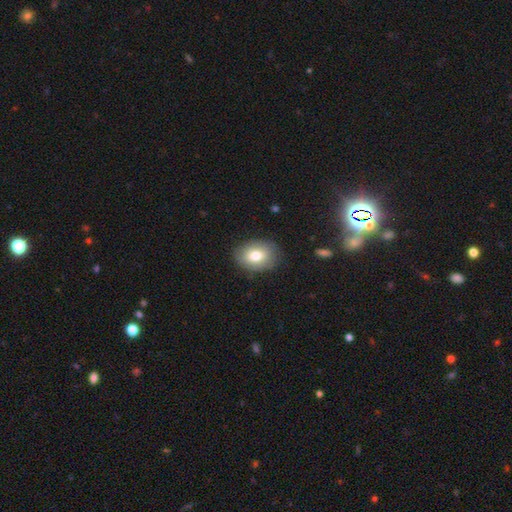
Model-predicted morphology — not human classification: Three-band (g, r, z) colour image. It shows a smooth galaxy with no disk features (74%) that is in between round and cigar-shaped (78%). Merging: none (82%).